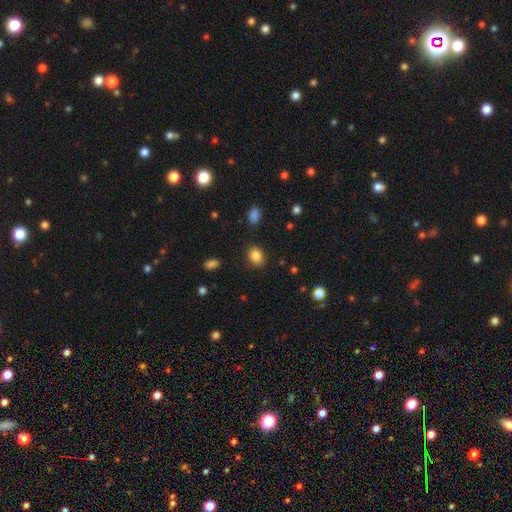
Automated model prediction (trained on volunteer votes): smooth-or-featured: smooth: 85% | star or artifact: 10% | featured or disk: 5%
  how-rounded: in between: 50% | round: 49% | cigar-shaped: 1%
  merging: none: 86% | minor disturbance: 10% | major disturbance: 3% | merger: 2%